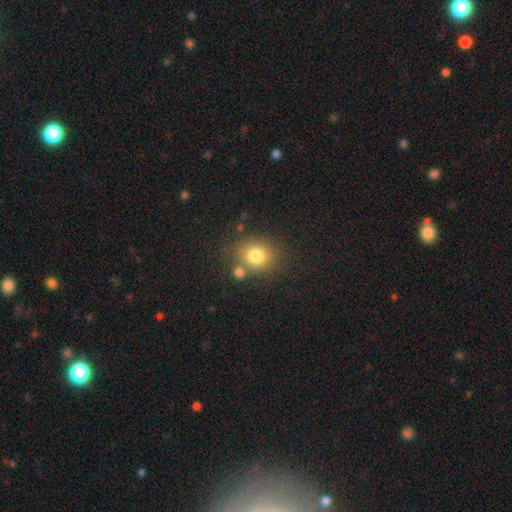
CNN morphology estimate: Smooth or featured: smooth — 79% (star or artifact — 12%)
How rounded: round — 78% (in between — 21%)
Merging: none — 70% (merger — 14%)